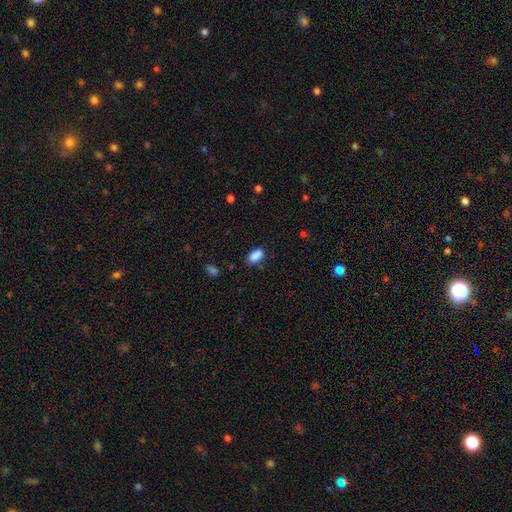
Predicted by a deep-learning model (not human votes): This is clearly a smooth galaxy (88%). How rounded: clearly in between (92%). Merging: likely none (78%).